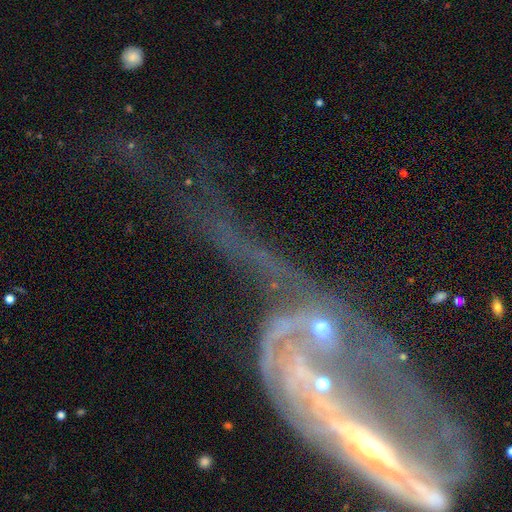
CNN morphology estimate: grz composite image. It shows a featured or disk galaxy (71%) with no bar (61%), spiral arms (66%) and a small central bulge (48%). Merging: merger (41%).